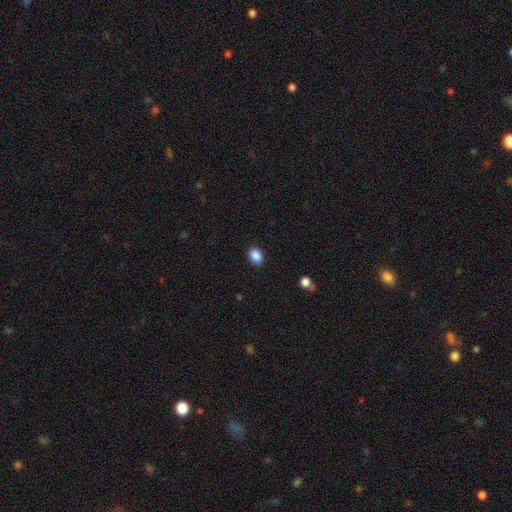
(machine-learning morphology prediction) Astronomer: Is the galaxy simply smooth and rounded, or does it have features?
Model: smooth — 88%.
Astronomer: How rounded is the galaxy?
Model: in between — 58% (runner-up: round, 41%).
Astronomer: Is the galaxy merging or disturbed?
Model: none — 89%.